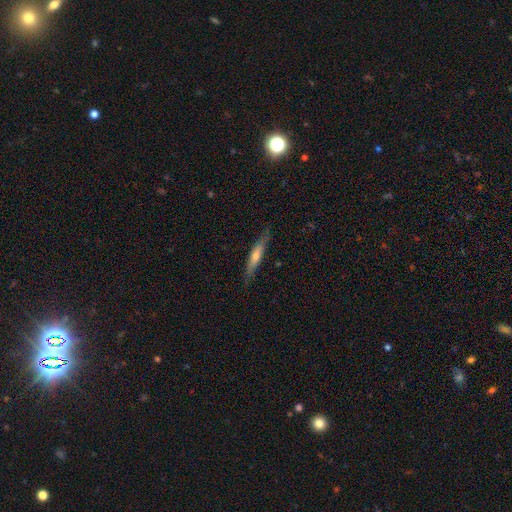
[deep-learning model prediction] A smooth galaxy with no disk features (49%).

Vote fractions:
- Smooth or featured? smooth: 49% / featured or disk: 45% / star or artifact: 6%
- Merging? none: 82% / minor disturbance: 14% / major disturbance: 3% / merger: 1%